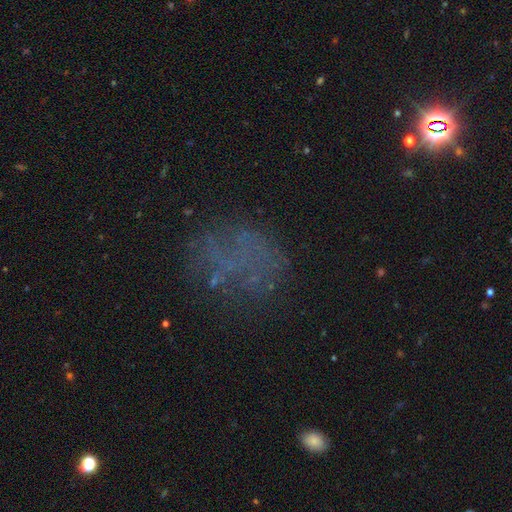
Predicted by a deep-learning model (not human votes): Smooth or featured: star or artifact — 35% (tied with smooth — 35%)